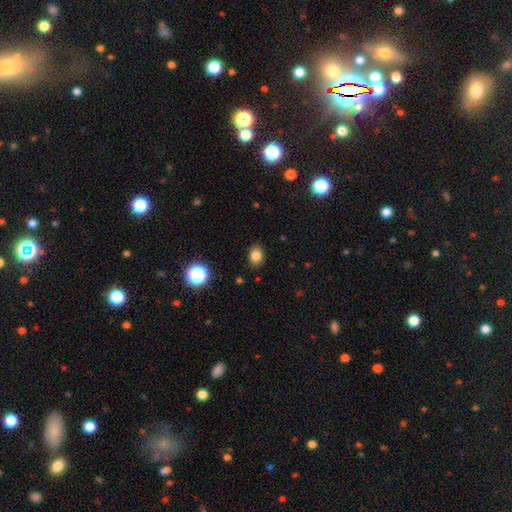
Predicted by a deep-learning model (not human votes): This is clearly a smooth galaxy (81%). How rounded: likely in between (67%). Merging: clearly none (86%).